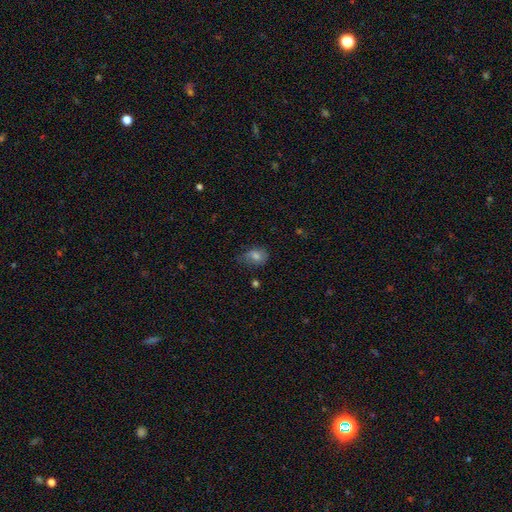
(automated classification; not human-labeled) smooth_or_featured: smooth (p=0.66) [alt: featured or disk p=0.20]
how_rounded: in between (p=0.66) [alt: round p=0.33]
merging: none (p=0.56) [alt: minor disturbance p=0.32]